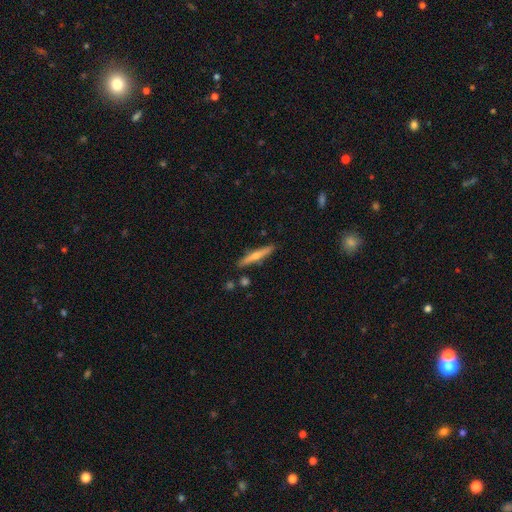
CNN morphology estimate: Smooth or featured?
  - featured or disk: 47% * (tied)
  - smooth: 47% * (tied)
  - star or artifact: 6%
Merging?
  - none: 86% *
  - minor disturbance: 9%
  - merger: 3%
  - major disturbance: 2%